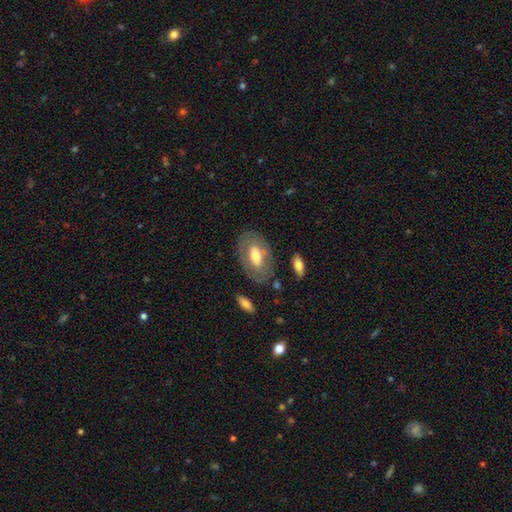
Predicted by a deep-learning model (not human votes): smooth_or_featured: smooth (p=0.49) [alt: featured or disk p=0.45]
merging: none (p=0.77) [alt: minor disturbance p=0.14]